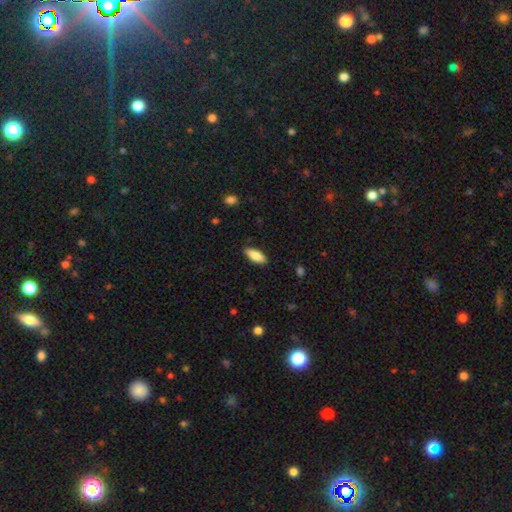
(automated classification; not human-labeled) smooth-or-featured: smooth: 81% | featured or disk: 13% | star or artifact: 6%
  how-rounded: in between: 68% | cigar-shaped: 30% | round: 2%
  merging: none: 87% | minor disturbance: 10% | major disturbance: 2% | merger: 1%